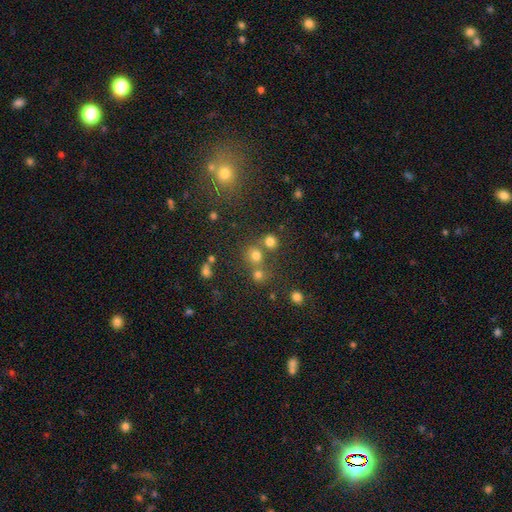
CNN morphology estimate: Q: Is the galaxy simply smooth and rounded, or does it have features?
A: smooth — 72%.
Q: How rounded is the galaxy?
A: round — 87%.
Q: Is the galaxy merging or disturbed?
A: none — 64%.